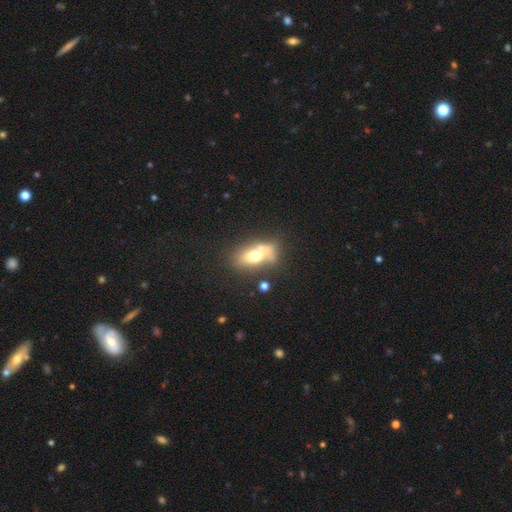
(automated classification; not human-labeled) smooth-or-featured: smooth: 59% | featured or disk: 31% | star or artifact: 10%
  how-rounded: in between: 77% | round: 15% | cigar-shaped: 8%
  merging: none: 39% | merger: 33% | minor disturbance: 17% | major disturbance: 12%